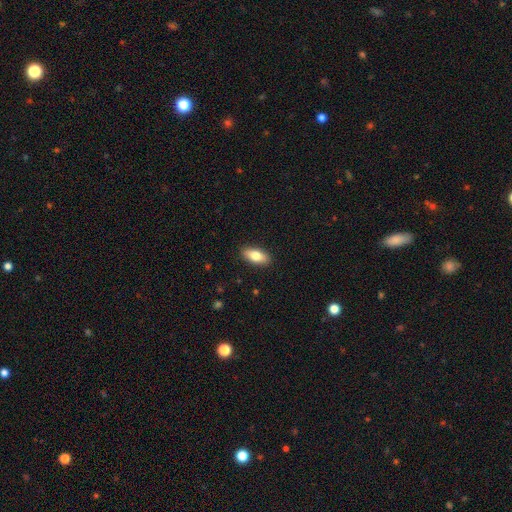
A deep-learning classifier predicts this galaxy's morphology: This appears to be a smooth galaxy with no disk features (78%) that is in between round and cigar-shaped (85%). Merging: none (89%).